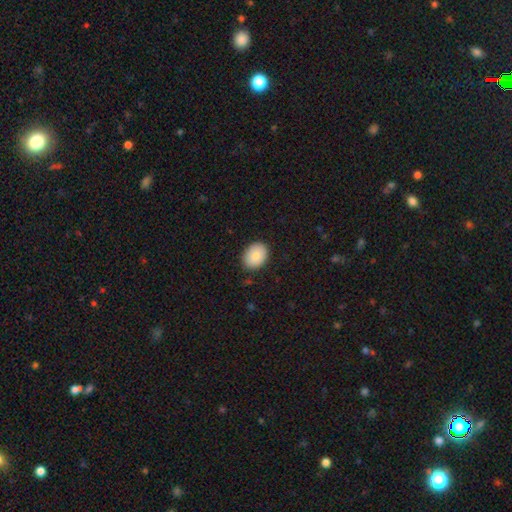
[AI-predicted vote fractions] This appears to be a smooth galaxy with no disk features (87%) that is in between round and cigar-shaped (73%). Merging: none (86%).